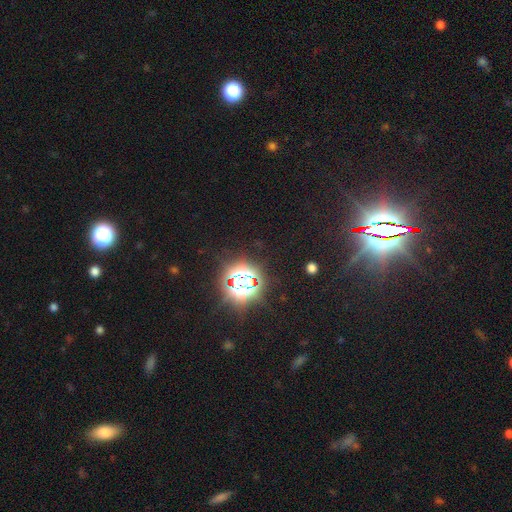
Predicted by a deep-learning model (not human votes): A star or artifact, not a galaxy (83%).